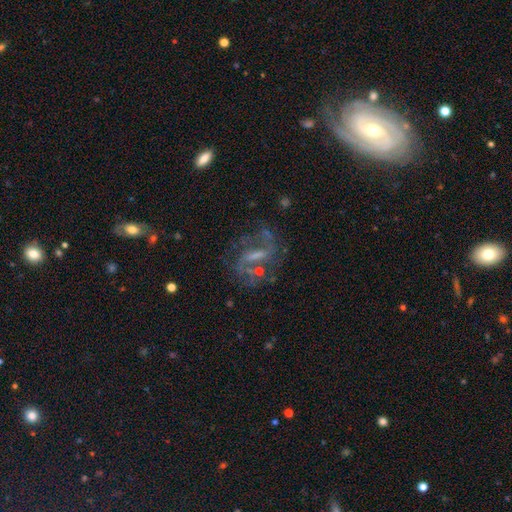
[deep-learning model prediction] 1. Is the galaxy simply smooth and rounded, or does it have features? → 75% featured or disk, 13% star or artifact, 12% smooth.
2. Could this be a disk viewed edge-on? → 94% no, 6% yes.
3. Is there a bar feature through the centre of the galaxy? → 44% strong, 41% weak, 15% no.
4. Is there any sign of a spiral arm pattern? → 84% yes, 16% no.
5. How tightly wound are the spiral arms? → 47% medium, 34% loose, 19% tight.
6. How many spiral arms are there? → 71% 2, 16% can't tell, 5% 3, 4% 1, 2% 4, 2% more than 4.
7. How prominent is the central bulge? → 35% small, 32% none, 27% moderate, 5% large, 1% dominant.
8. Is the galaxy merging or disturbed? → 60% none, 18% major disturbance, 17% minor disturbance, 5% merger.